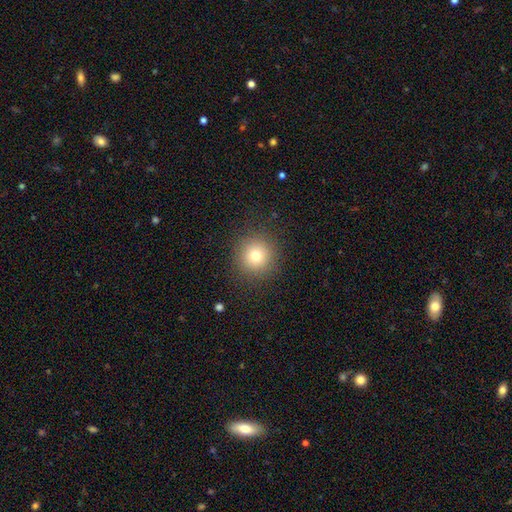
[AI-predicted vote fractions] This appears to be a smooth galaxy with no disk features (75%) that is round (95%). Merging: none (90%).